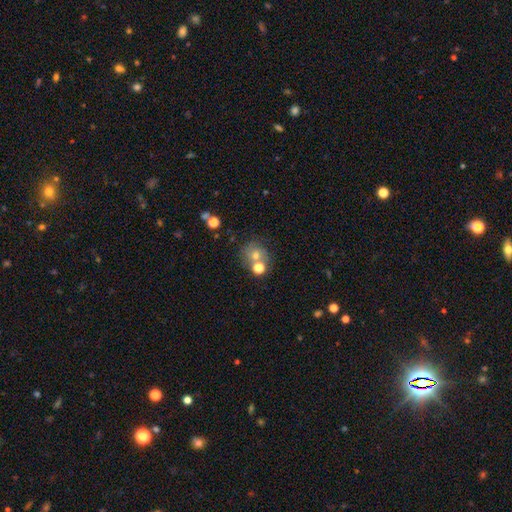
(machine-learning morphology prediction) A smooth galaxy with no disk features (64%) that is round (79%).

Vote fractions:
- Smooth or featured? smooth: 64% / featured or disk: 21% / star or artifact: 15%
- How rounded? round: 79% / in between: 20% / cigar-shaped: 1%
- Merging? none: 52% / merger: 30% / minor disturbance: 12% / major disturbance: 6%